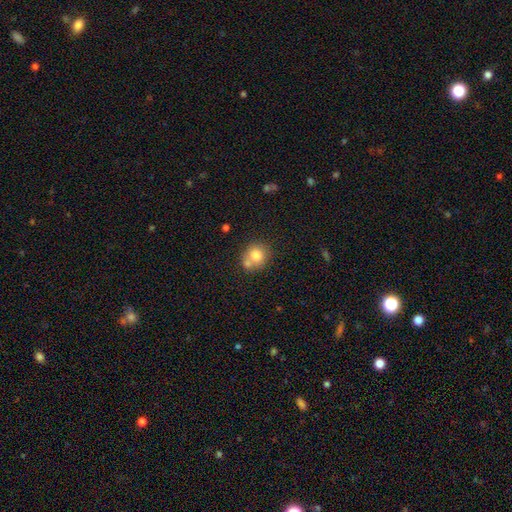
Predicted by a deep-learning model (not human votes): smooth-or-featured: smooth: 77% | featured or disk: 13% | star or artifact: 10%
  how-rounded: round: 84% | in between: 15% | cigar-shaped: 1%
  merging: none: 54% | merger: 31% | minor disturbance: 11% | major disturbance: 4%